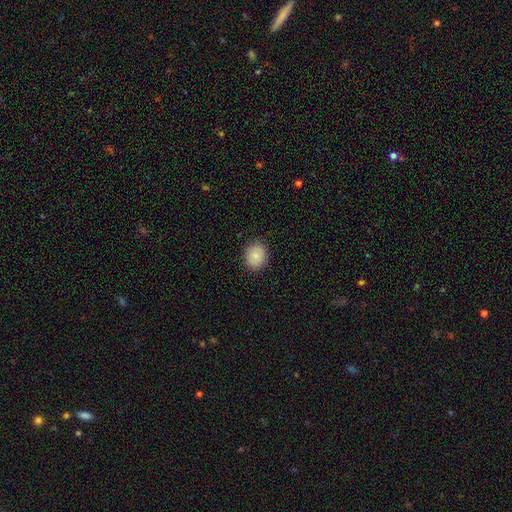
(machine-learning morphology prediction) Smooth or featured? smooth (86%)
How rounded? round (68%)
Merging? none (89%)